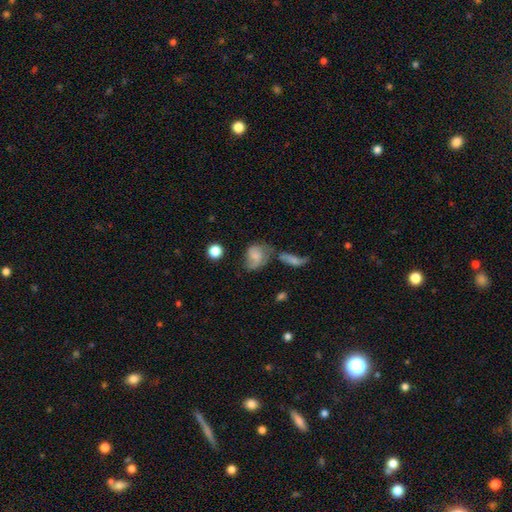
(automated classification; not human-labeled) Overall: smooth (58%; featured or disk 32%). How rounded: in between (56%; round 42%). Merging: none (30%; merger 27%).